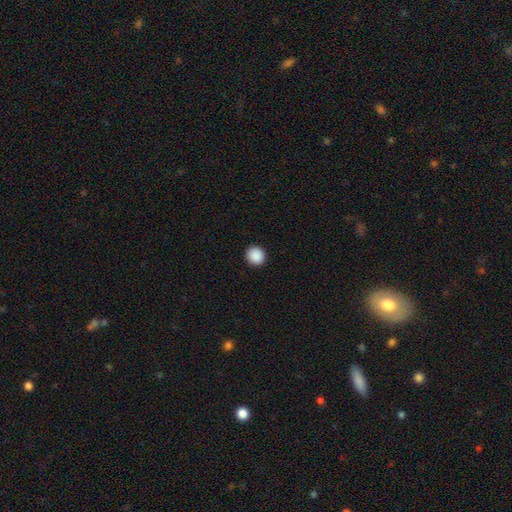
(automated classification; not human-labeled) This is clearly a smooth galaxy (90%). How rounded: clearly round (93%). Merging: clearly none (93%).